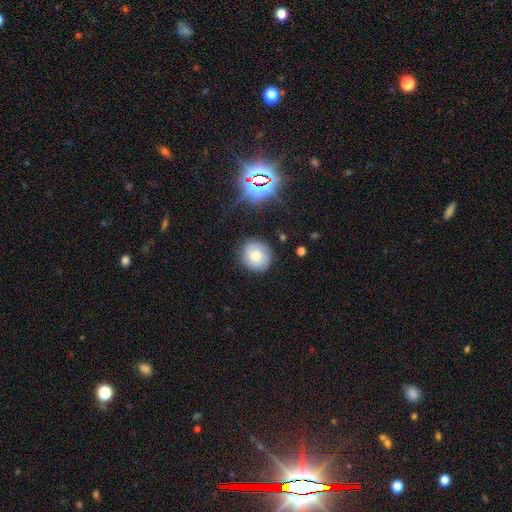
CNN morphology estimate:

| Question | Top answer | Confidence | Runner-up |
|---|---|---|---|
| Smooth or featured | smooth | 65% | featured or disk (24%) |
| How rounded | round | 86% | in between (13%) |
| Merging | none | 81% | minor disturbance (13%) |